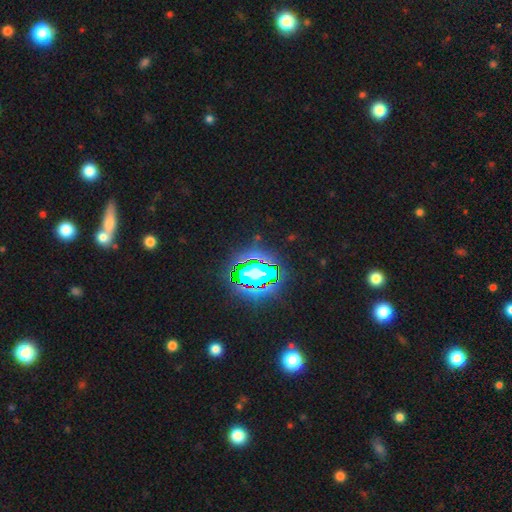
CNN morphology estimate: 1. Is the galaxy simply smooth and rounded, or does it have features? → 80% star or artifact, 12% smooth, 8% featured or disk.